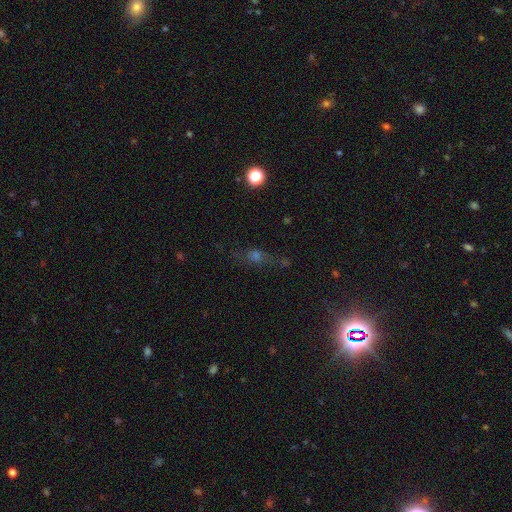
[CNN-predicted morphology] smooth 37%, star or artifact 35%, featured or disk 27%. Down the decision tree: merging — none (66%).